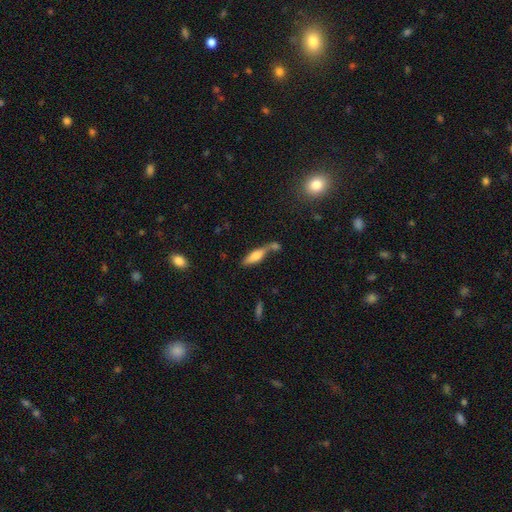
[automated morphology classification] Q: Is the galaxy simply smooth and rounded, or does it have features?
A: smooth — 65%.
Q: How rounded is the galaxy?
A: cigar-shaped — 54%.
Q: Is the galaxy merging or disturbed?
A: none — 38%.